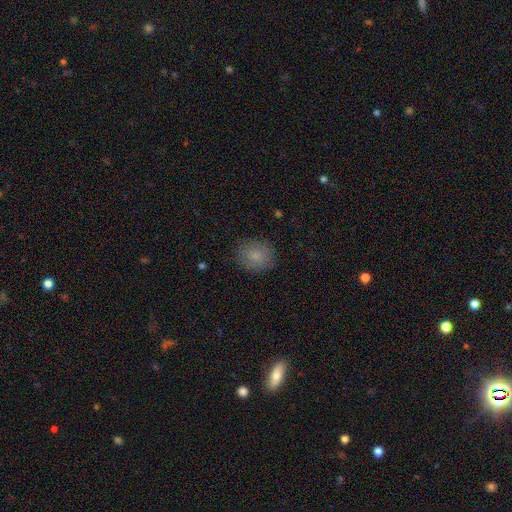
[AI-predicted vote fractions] A smooth galaxy with no disk features (83%) that is round (72%).

Vote fractions:
- Smooth or featured? smooth: 83% / star or artifact: 10% / featured or disk: 7%
- How rounded? round: 72% / in between: 27% / cigar-shaped: 1%
- Merging? none: 84% / minor disturbance: 12% / major disturbance: 3% / merger: 1%